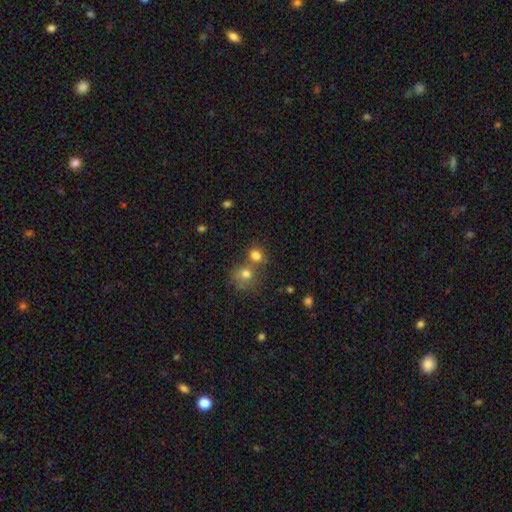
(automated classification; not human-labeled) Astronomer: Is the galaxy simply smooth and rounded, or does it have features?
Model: smooth — 79%.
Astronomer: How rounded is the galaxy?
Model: round — 73%.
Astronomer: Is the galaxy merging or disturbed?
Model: none — 50% (runner-up: merger, 37%).